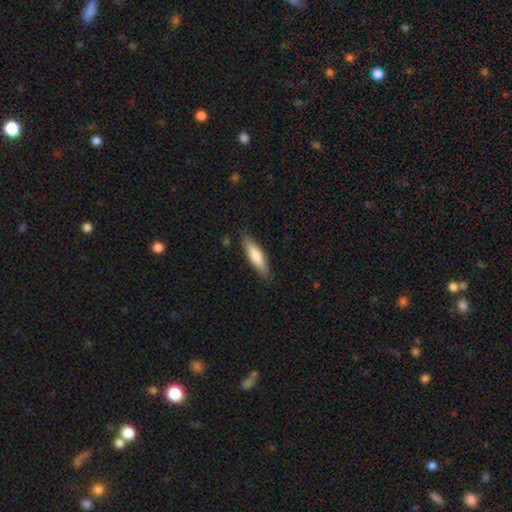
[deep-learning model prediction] Smooth or featured?
  - smooth: 75% *
  - featured or disk: 20%
  - star or artifact: 5%
How rounded?
  - cigar-shaped: 70% *
  - in between: 28%
  - round: 1%
Merging?
  - none: 85% *
  - minor disturbance: 12%
  - major disturbance: 2%
  - merger: 1%